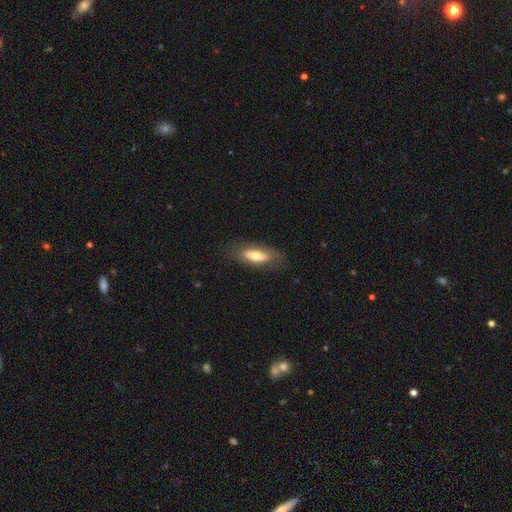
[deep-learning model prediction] This appears to be a smooth galaxy with no disk features (58%) that is in between round and cigar-shaped (66%). Merging: none (80%).